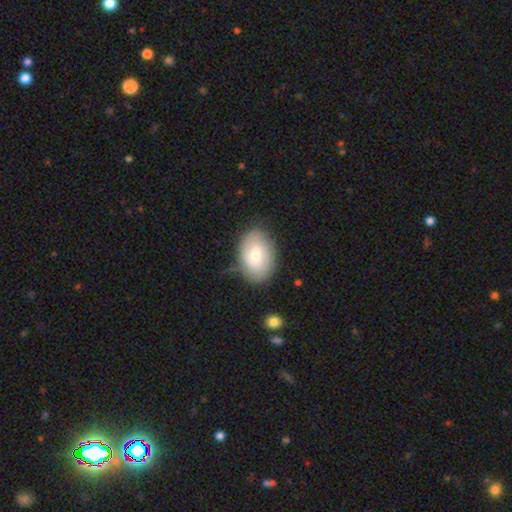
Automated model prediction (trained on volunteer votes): Q: Smooth or featured?
A: smooth (55%); runner-up: featured or disk (38%)
Q: How rounded?
A: in between (82%); runner-up: round (16%)
Q: Merging?
A: none (68%); runner-up: minor disturbance (22%)